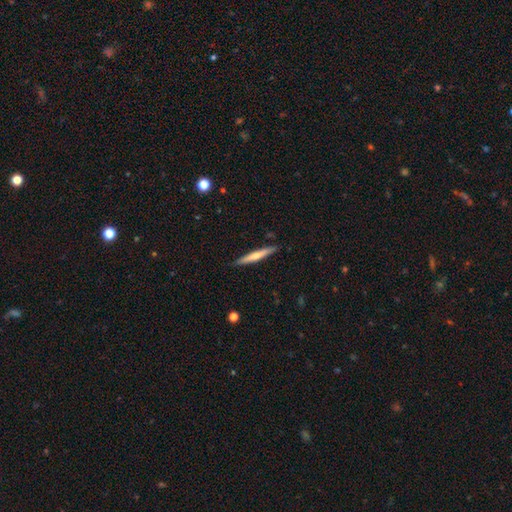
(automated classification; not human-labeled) Q: Smooth or featured?
A: featured or disk (48%); runner-up: smooth (47%)
Q: Merging?
A: none (89%); runner-up: minor disturbance (8%)